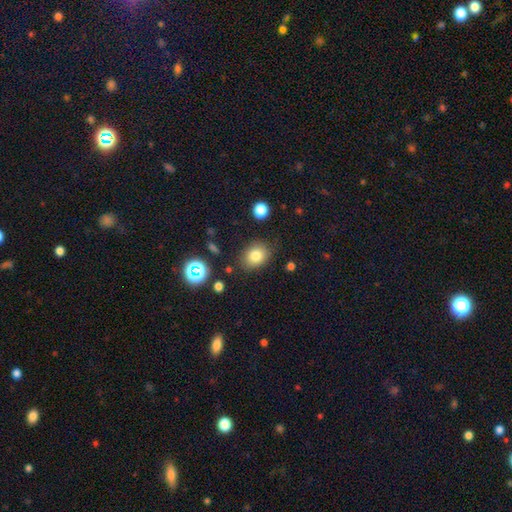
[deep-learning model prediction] Morphology: type=smooth (80%); roundness=in between (57%); merging=none (80%).